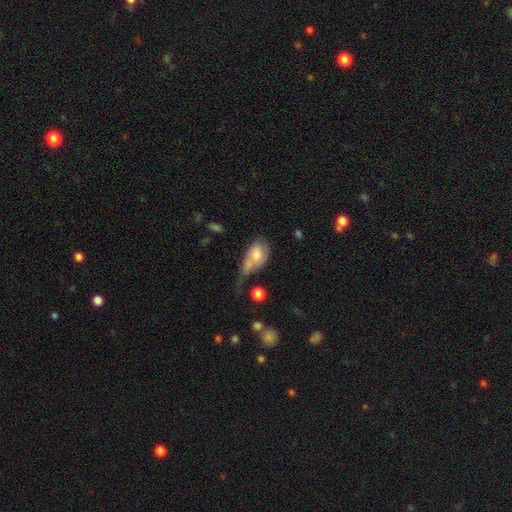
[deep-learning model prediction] Smooth or featured: smooth — 68% (featured or disk — 25%)
How rounded: in between — 88% (round — 10%)
Merging: major disturbance — 31% (merger — 25%)